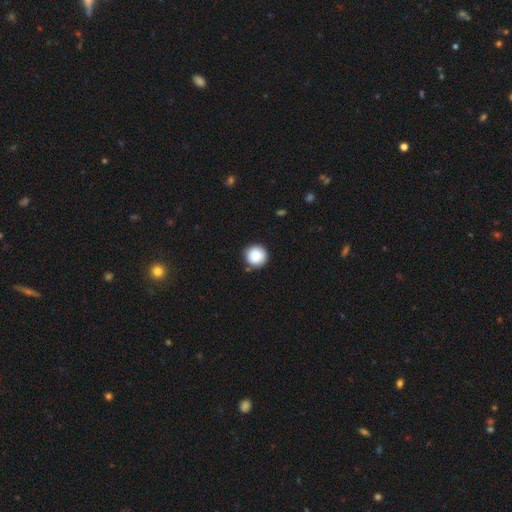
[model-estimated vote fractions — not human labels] Smooth or featured: smooth — 88% (star or artifact — 8%)
How rounded: round — 96% (in between — 3%)
Merging: none — 87% (minor disturbance — 9%)